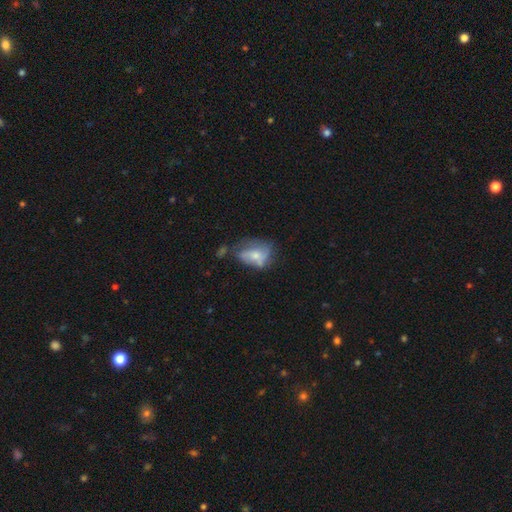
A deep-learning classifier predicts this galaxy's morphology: smooth_or_featured: smooth (p=0.51) [alt: featured or disk p=0.40]
how_rounded: in between (p=0.79) [alt: round p=0.19]
merging: none (p=0.32) [alt: minor disturbance p=0.29]